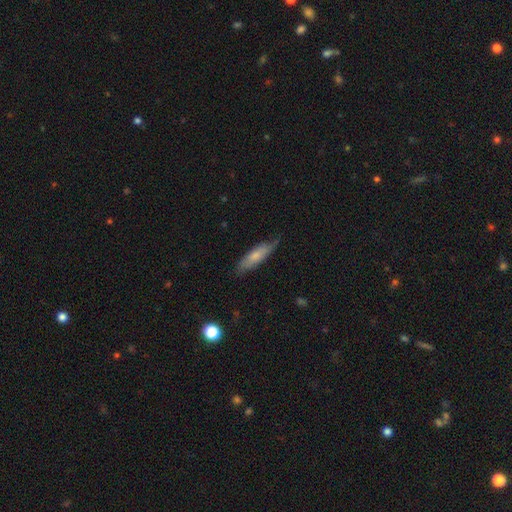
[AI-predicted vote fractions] A smooth galaxy with no disk features (68%) that is cigar-shaped (65%).

Vote fractions:
- Smooth or featured? smooth: 68% / featured or disk: 27% / star or artifact: 6%
- How rounded? cigar-shaped: 65% / in between: 33% / round: 2%
- Merging? none: 74% / minor disturbance: 21% / major disturbance: 3% / merger: 1%